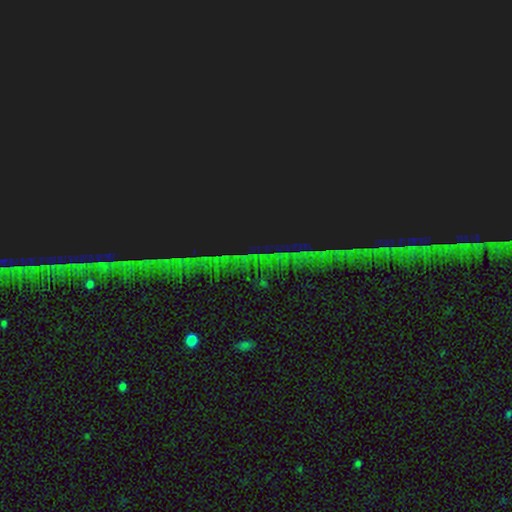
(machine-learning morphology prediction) A star or artifact, not a galaxy (87%).

Vote fractions:
- Smooth or featured? star or artifact: 87% / smooth: 7% / featured or disk: 6%